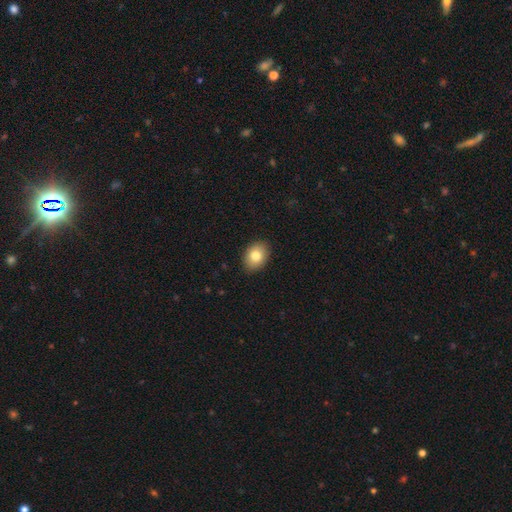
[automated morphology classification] Smooth or featured?
  - smooth: 80% *
  - featured or disk: 12%
  - star or artifact: 8%
How rounded?
  - in between: 73% *
  - round: 26%
  - cigar-shaped: 1%
Merging?
  - none: 88% *
  - minor disturbance: 9%
  - major disturbance: 2%
  - merger: 1%